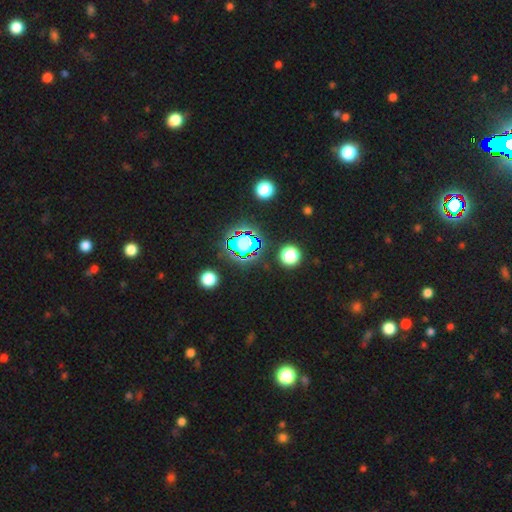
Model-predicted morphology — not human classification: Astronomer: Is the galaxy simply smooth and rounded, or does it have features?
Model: star or artifact — 80%.